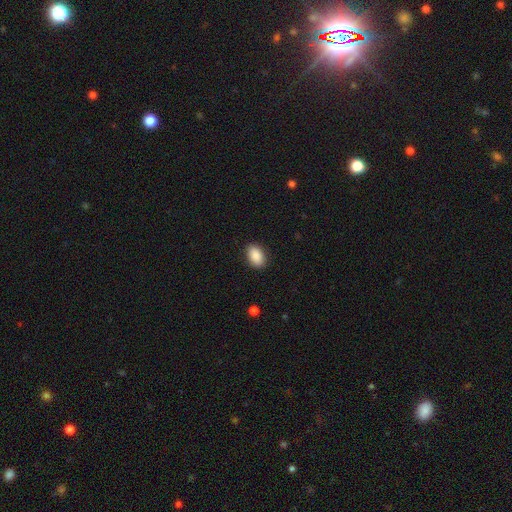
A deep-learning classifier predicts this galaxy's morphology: Smooth or featured? smooth (89%)
How rounded? in between (90%)
Merging? none (89%)